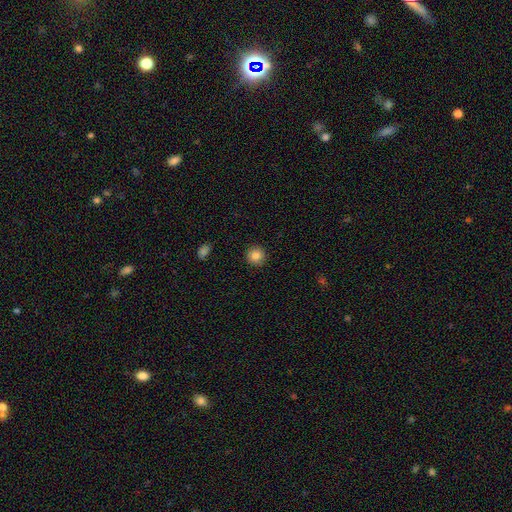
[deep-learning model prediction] This appears to be a smooth galaxy with no disk features (84%) that is round (93%). Merging: none (91%).